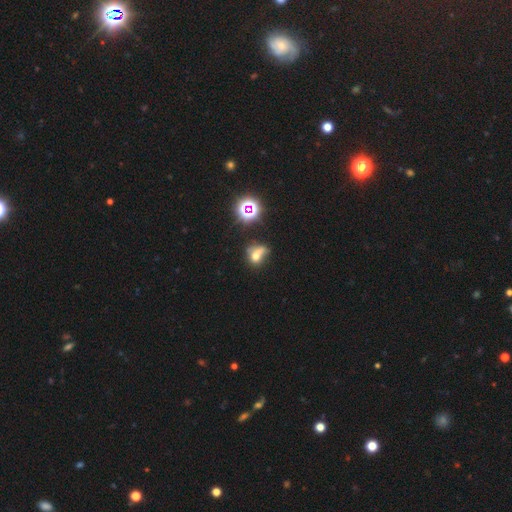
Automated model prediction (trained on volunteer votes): Morphology: type=smooth (53%); roundness=round (54%); merging=none (33%).